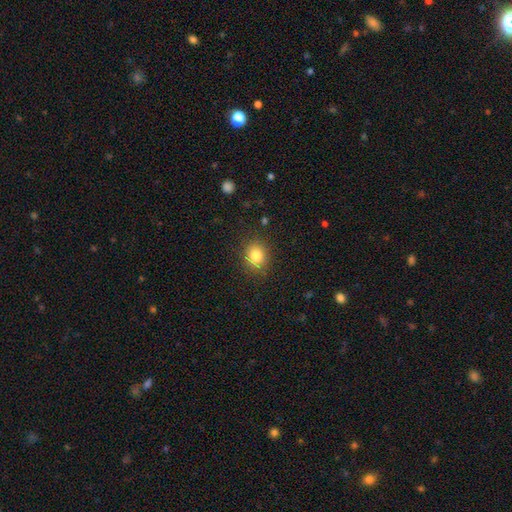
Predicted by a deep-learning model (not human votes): Smooth or featured: smooth — 83% (star or artifact — 11%)
How rounded: round — 70% (in between — 29%)
Merging: none — 86% (minor disturbance — 10%)